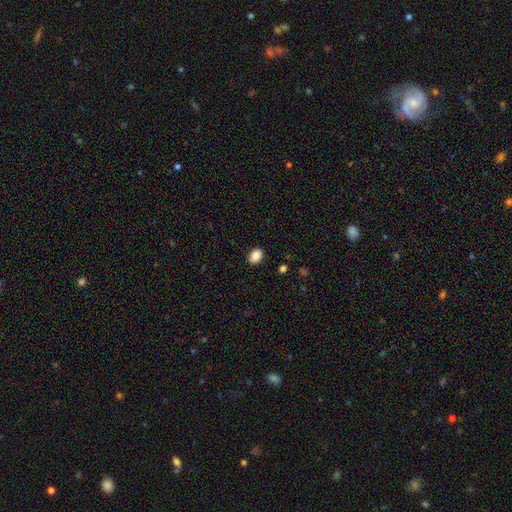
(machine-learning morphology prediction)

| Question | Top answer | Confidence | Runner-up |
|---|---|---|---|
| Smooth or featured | smooth | 88% | star or artifact (8%) |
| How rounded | in between | 76% | round (23%) |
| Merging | none | 89% | minor disturbance (8%) |